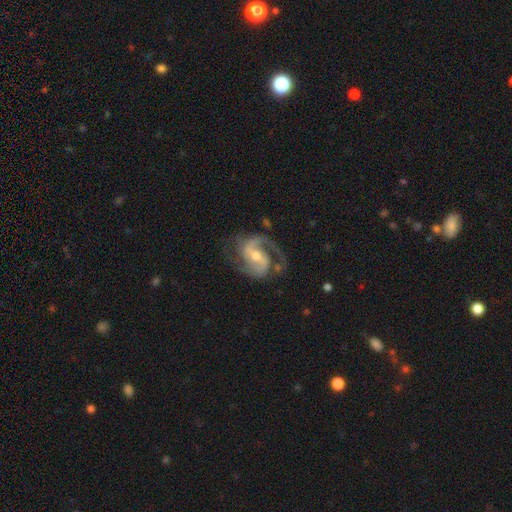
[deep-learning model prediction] featured or disk 91%, smooth 5%, star or artifact 5%. Down the decision tree: edge-on disk — no (98%); bar — weak (50%); spiral arms — yes (98%); spiral arm count — 2 (84%); spiral winding — medium (59%); bulge size — moderate (59%); merging — none (67%).